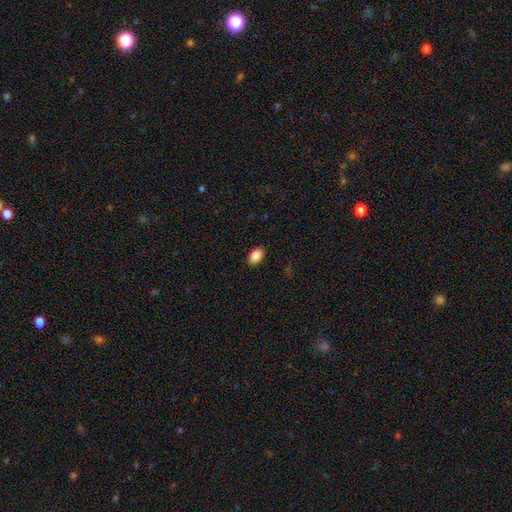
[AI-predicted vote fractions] A smooth galaxy with no disk features (89%) that is in between round and cigar-shaped (92%). Merging: none (89%).